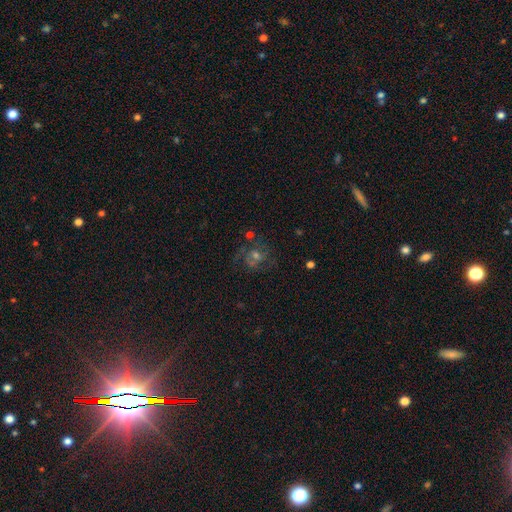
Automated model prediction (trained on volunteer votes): Morphology: type=featured or disk (55%); edge-on=no (97%); bar=no (70%); spiral arms=yes (77%); bulge=moderate (53%); merging=none (64%).